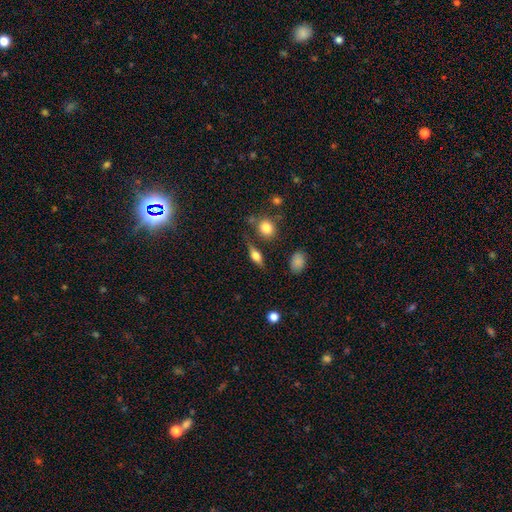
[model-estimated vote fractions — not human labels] Smooth or featured? smooth (50%)
How rounded? in between (58%)
Merging? none (75%)